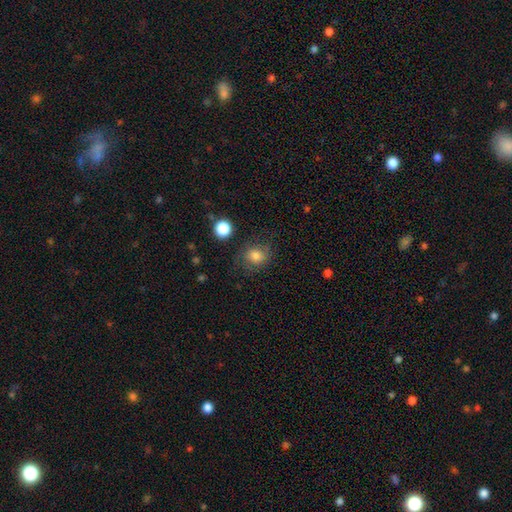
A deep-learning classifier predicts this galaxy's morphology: smooth-or-featured: smooth: 71% | featured or disk: 17% | star or artifact: 12%
  how-rounded: round: 71% | in between: 28% | cigar-shaped: 1%
  merging: none: 69% | minor disturbance: 19% | major disturbance: 10% | merger: 2%